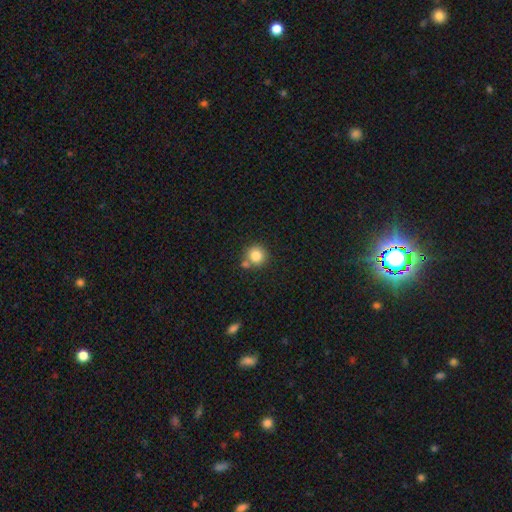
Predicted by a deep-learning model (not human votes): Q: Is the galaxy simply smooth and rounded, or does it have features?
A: smooth — 82%.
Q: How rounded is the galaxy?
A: round — 92%.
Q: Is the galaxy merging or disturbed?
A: none — 67%.